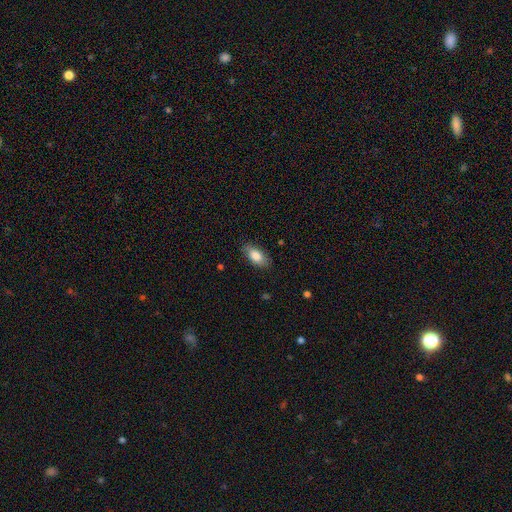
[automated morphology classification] smooth_or_featured: smooth (p=0.82) [alt: featured or disk p=0.11]
how_rounded: in between (p=0.91) [alt: cigar-shaped p=0.06]
merging: none (p=0.81) [alt: minor disturbance p=0.15]